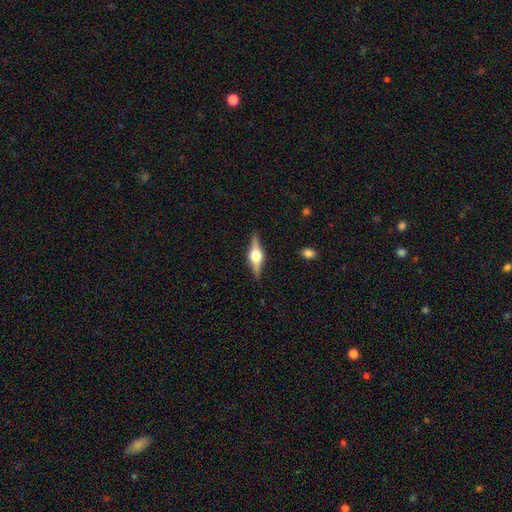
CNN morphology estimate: Smooth or featured? Predicted: featured or disk (p=0.79). Edge-on disk? Predicted: yes (p=0.98). Edge-on bulge? Predicted: rounded (p=0.94). Merging? Predicted: none (p=0.89).